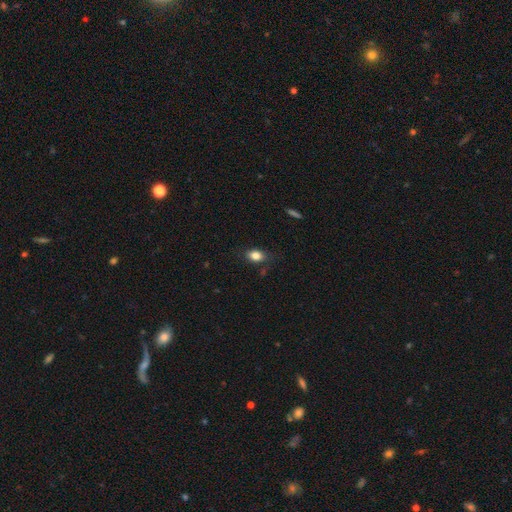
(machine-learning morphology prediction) This is clearly a smooth galaxy (83%). How rounded: likely in between (78%). Merging: likely none (78%).